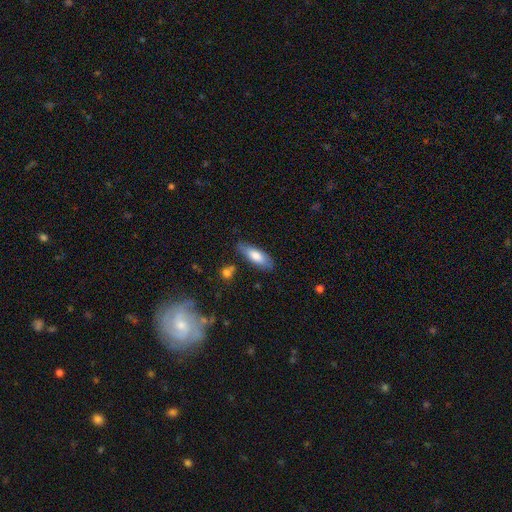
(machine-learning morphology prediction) A smooth galaxy with no disk features (75%) that is in between round and cigar-shaped (62%). Merging: none (78%).